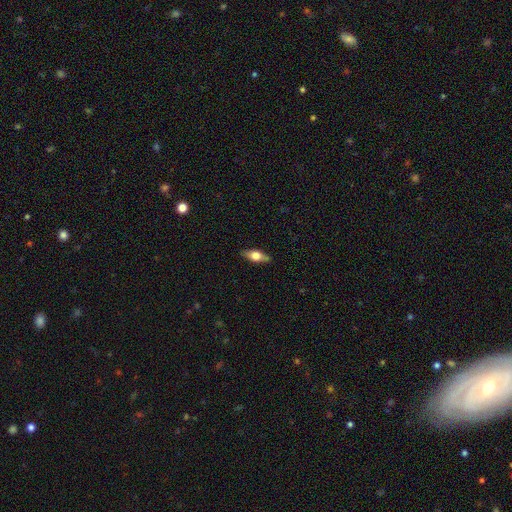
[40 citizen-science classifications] Smooth or featured: featured or disk — 57% (smooth — 40%)
Edge-on disk: yes — 91% (no — 9%)
Edge-on bulge: rounded — 90% (boxy — 10%)
Merging: none — 90% (minor disturbance — 10%)